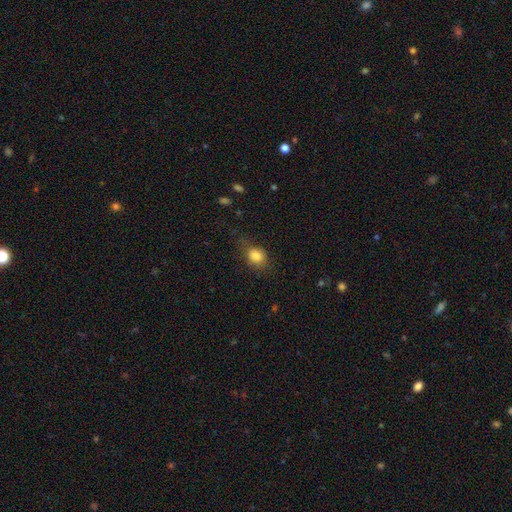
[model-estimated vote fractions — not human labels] smooth-or-featured: smooth: 83% | star or artifact: 10% | featured or disk: 7%
  how-rounded: round: 52% | in between: 47% | cigar-shaped: 1%
  merging: none: 64% | minor disturbance: 24% | major disturbance: 10% | merger: 2%